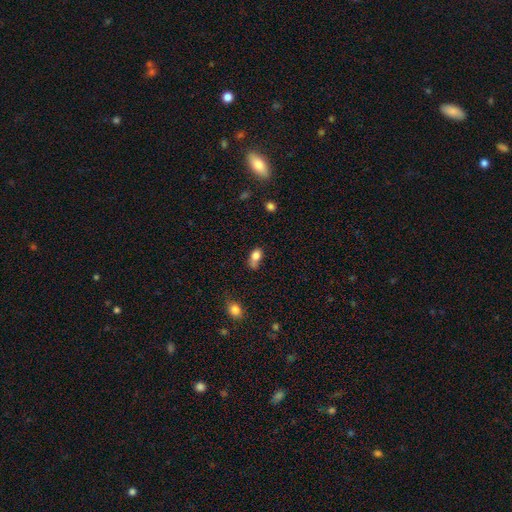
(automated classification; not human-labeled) smooth 79%, featured or disk 11%, star or artifact 10%. Down the decision tree: how rounded — in between (76%); merging — none (33%).